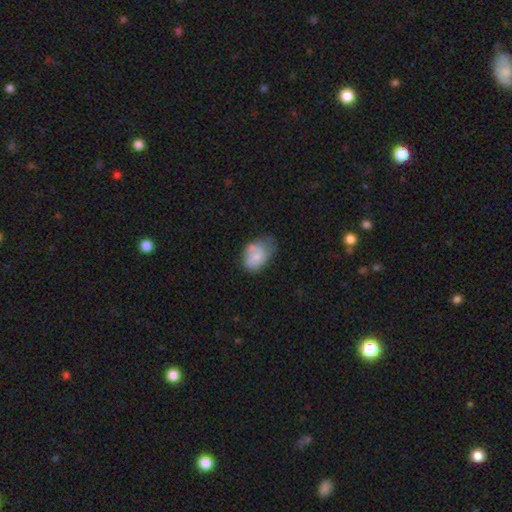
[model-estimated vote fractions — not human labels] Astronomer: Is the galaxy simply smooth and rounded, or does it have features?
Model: smooth — 59%.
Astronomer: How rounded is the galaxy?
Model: in between — 78%.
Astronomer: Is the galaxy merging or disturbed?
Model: none — 38% (runner-up: minor disturbance, 36%).